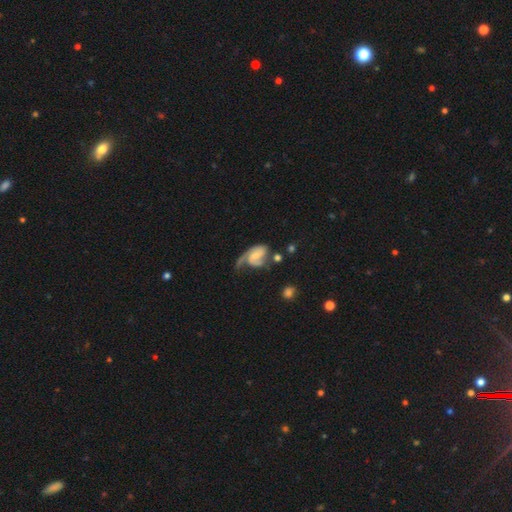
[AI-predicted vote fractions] Overall: featured or disk (79%). Edge-on disk: no (97%). Bar: no (53%; weak 36%). Spiral arms: yes (93%). Spiral arm count: 2 (55%; 1 33%). Spiral winding: medium (43%; loose 32%). Bulge size: small (51%; moderate 32%). Merging: major disturbance (37%; none 29%).